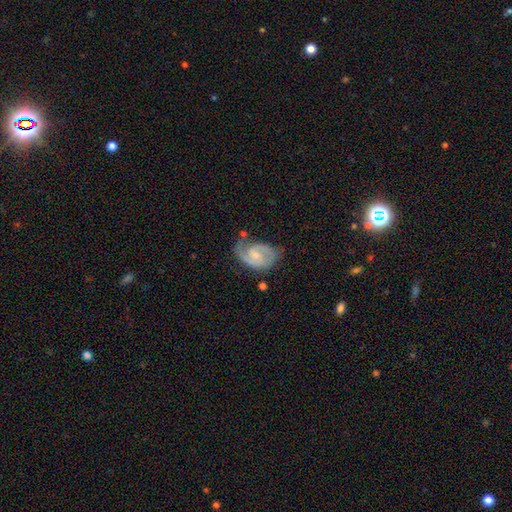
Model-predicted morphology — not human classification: The model was most divided on "bar": weak: 49%, no: 42%, strong: 9%. More confident: edge-on disk — no (98%); spiral arms — yes (97%); spiral arm count — 2 (86%); smooth or featured — featured or disk (85%); merging — none (65%); bulge size — small (54%); spiral winding — medium (53%).